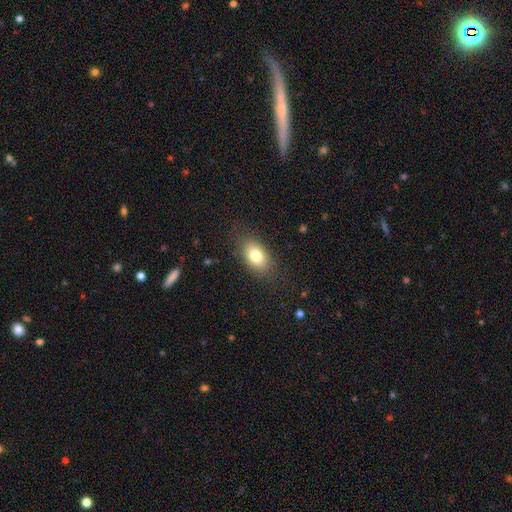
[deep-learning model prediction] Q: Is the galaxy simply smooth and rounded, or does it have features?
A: smooth — 79%.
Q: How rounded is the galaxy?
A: in between — 88%.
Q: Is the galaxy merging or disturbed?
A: none — 80%.